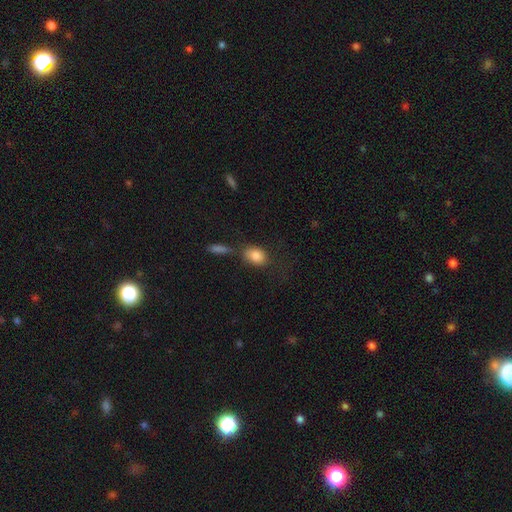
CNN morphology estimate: A smooth galaxy with no disk features (83%) that is in between round and cigar-shaped (69%). Merging: none (58%).